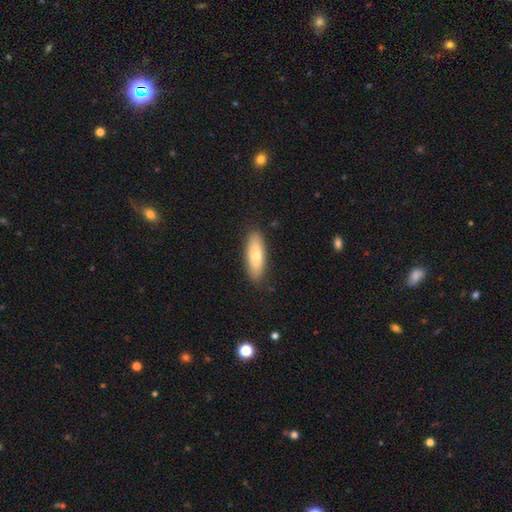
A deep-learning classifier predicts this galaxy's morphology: Smooth or featured? smooth (71%)
How rounded? in between (59%)
Merging? none (87%)